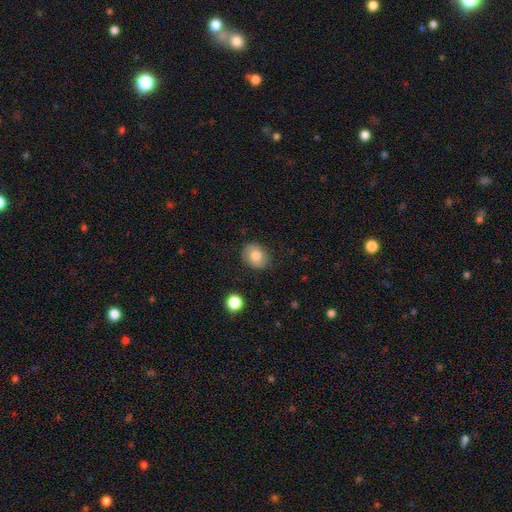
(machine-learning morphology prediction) The model was most divided on "how rounded": round: 52%, in between: 47%, cigar-shaped: 1%. More confident: merging — none (85%); smooth or featured — smooth (77%).